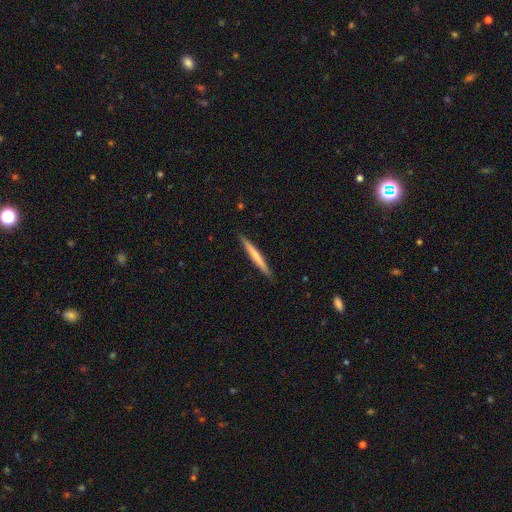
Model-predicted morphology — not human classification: Smooth or featured? smooth (57%)
How rounded? cigar-shaped (96%)
Merging? none (90%)